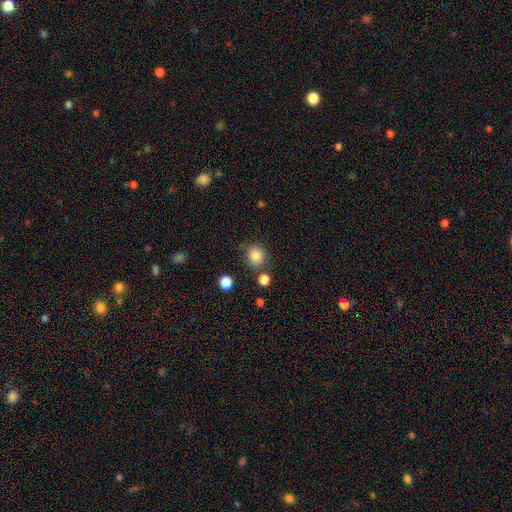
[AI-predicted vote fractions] smooth_or_featured: smooth (p=0.84) [alt: star or artifact p=0.11]
how_rounded: round (p=0.87) [alt: in between p=0.12]
merging: none (p=0.72) [alt: minor disturbance p=0.15]